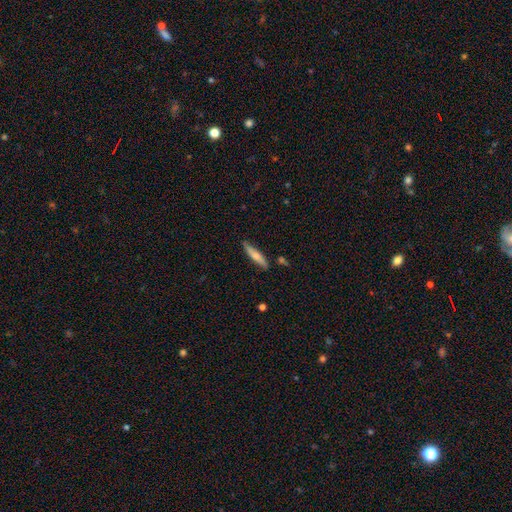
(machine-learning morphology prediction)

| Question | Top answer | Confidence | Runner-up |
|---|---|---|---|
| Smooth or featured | smooth | 63% | featured or disk (31%) |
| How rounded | cigar-shaped | 86% | in between (12%) |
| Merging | none | 82% | minor disturbance (13%) |